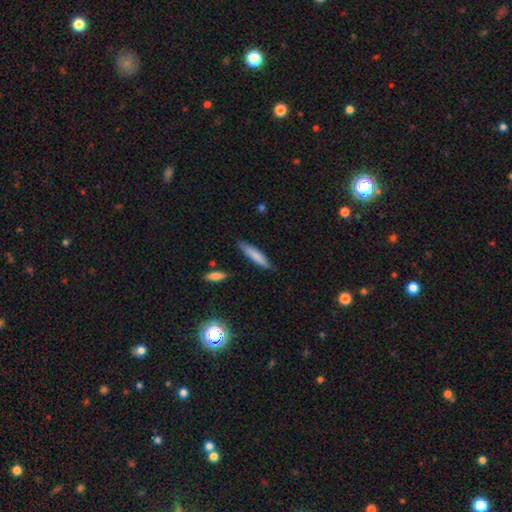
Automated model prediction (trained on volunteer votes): smooth-or-featured: smooth: 78% | featured or disk: 15% | star or artifact: 6%
  how-rounded: cigar-shaped: 83% | in between: 15% | round: 1%
  merging: none: 83% | minor disturbance: 13% | major disturbance: 2% | merger: 2%